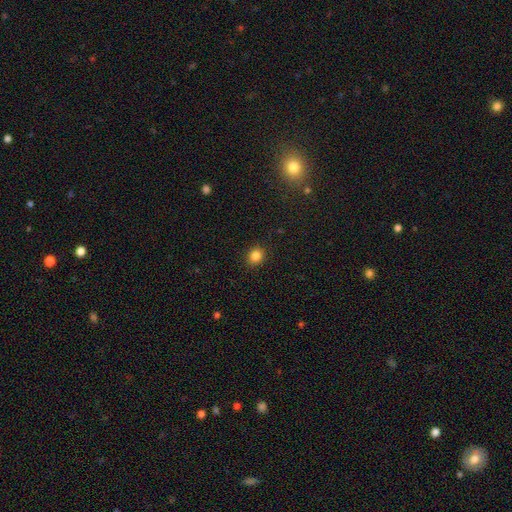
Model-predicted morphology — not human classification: Overall: smooth (85%). How rounded: round (72%). Merging: none (90%).